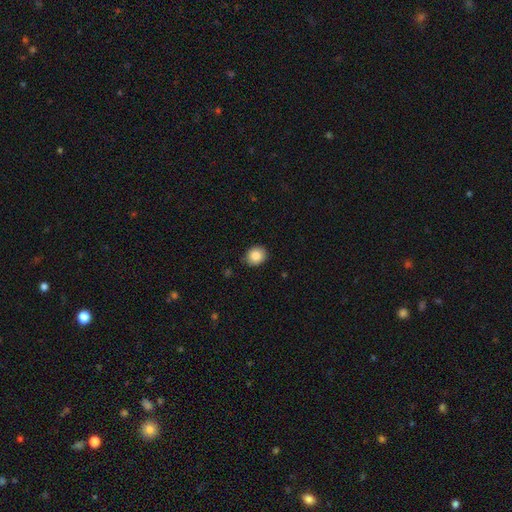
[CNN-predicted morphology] Overall: smooth (86%). How rounded: round (70%). Merging: none (87%).